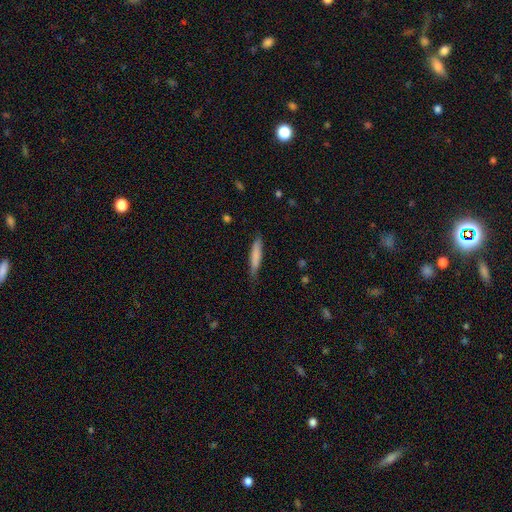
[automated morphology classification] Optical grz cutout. It shows a smooth galaxy with no disk features (76%) that is cigar-shaped (90%). Merging: none (76%).